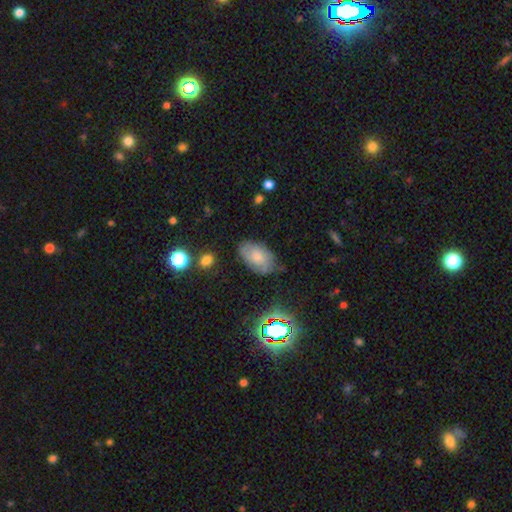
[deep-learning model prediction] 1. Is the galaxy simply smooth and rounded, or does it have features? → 54% smooth, 31% featured or disk, 15% star or artifact.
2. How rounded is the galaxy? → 90% in between, 8% round, 2% cigar-shaped.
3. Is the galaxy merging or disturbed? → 71% none, 21% minor disturbance, 6% major disturbance, 2% merger.